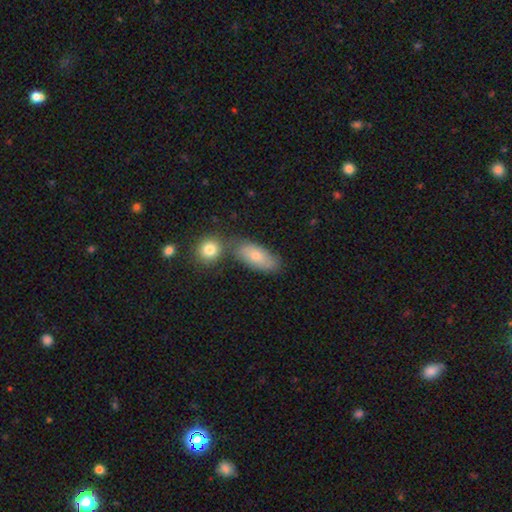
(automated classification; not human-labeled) Smooth or featured?
  - smooth: 75% *
  - featured or disk: 18%
  - star or artifact: 8%
How rounded?
  - in between: 86% *
  - cigar-shaped: 9%
  - round: 5%
Merging?
  - none: 59% *
  - merger: 21%
  - minor disturbance: 15%
  - major disturbance: 4%